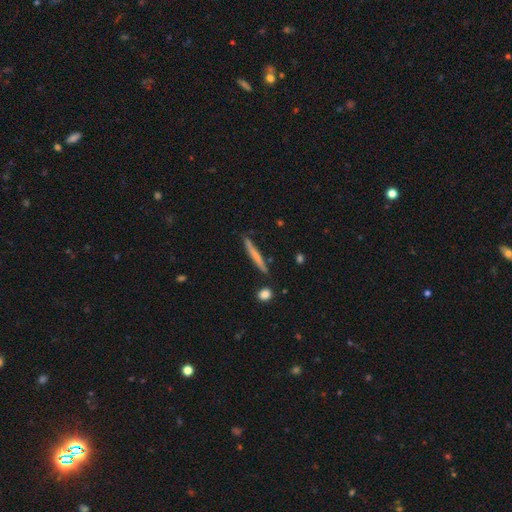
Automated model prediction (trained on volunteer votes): Smooth or featured? smooth (59%)
How rounded? cigar-shaped (96%)
Merging? none (86%)